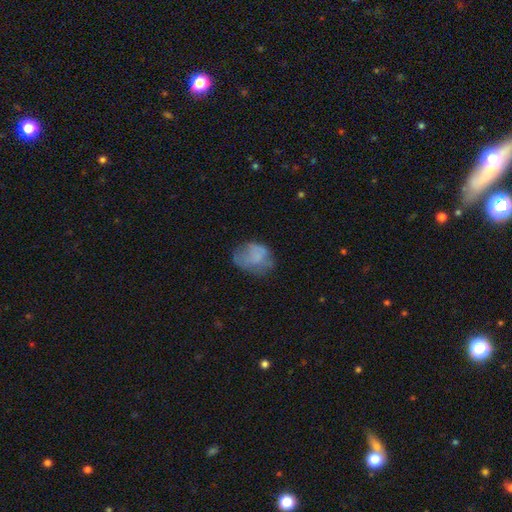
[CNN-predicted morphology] Overall: smooth (63%; featured or disk 27%). How rounded: in between (65%; round 34%). Merging: none (46%; minor disturbance 30%).